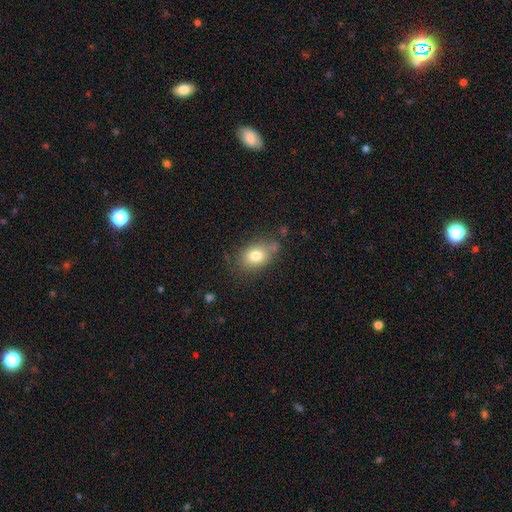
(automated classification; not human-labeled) Smooth or featured?
  - smooth: 77% *
  - featured or disk: 13%
  - star or artifact: 10%
How rounded?
  - in between: 74% *
  - round: 25%
  - cigar-shaped: 1%
Merging?
  - none: 68% *
  - minor disturbance: 21%
  - major disturbance: 6%
  - merger: 5%